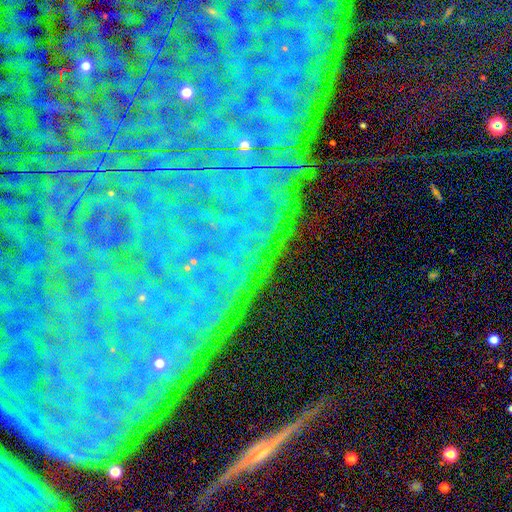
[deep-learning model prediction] The model was most divided on "smooth or featured": star or artifact: 78%, featured or disk: 14%, smooth: 9%.